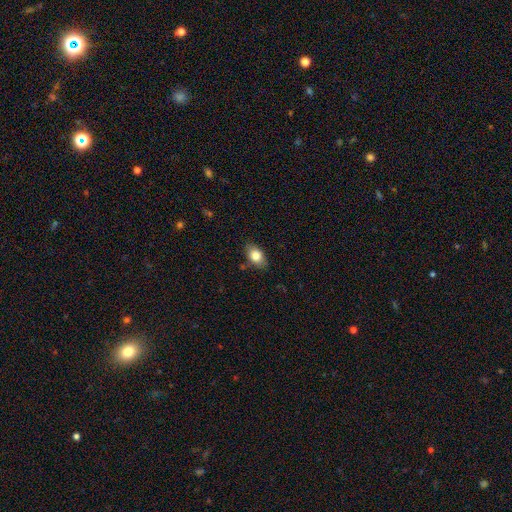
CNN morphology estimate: A smooth galaxy with no disk features (80%) that is in between round and cigar-shaped (87%). Merging: none (81%).